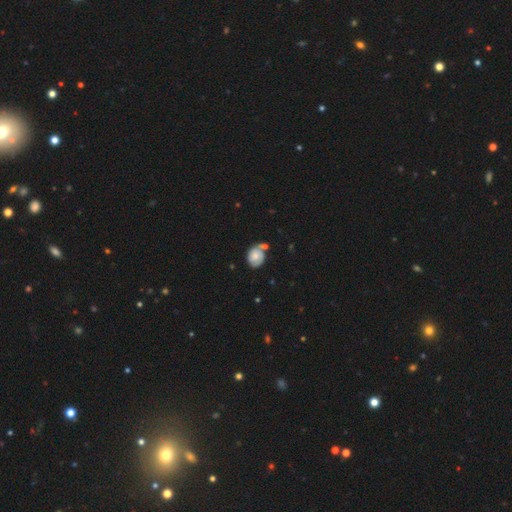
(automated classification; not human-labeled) Smooth or featured?
  - featured or disk: 57% *
  - smooth: 36%
  - star or artifact: 7%
Edge-on disk?
  - no: 97% *
  - yes: 3%
Bar?
  - no: 76% *
  - weak: 20%
  - strong: 3%
Spiral arms?
  - yes: 84% *
  - no: 16%
Bulge size?
  - moderate: 42% *
  - small: 38%
  - none: 10%
  - large: 8%
  - dominant: 2%
Merging?
  - none: 49% *
  - minor disturbance: 23%
  - merger: 18%
  - major disturbance: 9%